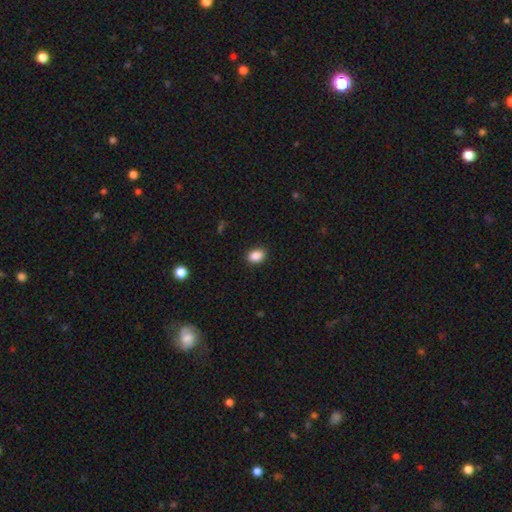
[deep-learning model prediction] Overall: smooth (88%). How rounded: in between (72%). Merging: none (88%).